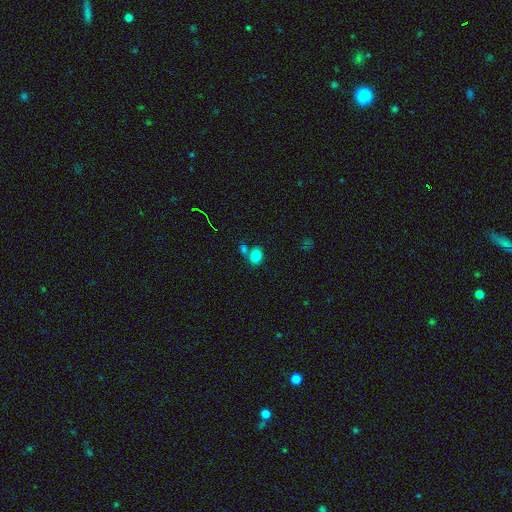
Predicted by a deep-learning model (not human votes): Smooth or featured?
  - smooth: 82% *
  - star or artifact: 11%
  - featured or disk: 8%
How rounded?
  - in between: 64% *
  - round: 35%
  - cigar-shaped: 1%
Merging?
  - none: 58% *
  - merger: 27%
  - minor disturbance: 11%
  - major disturbance: 4%